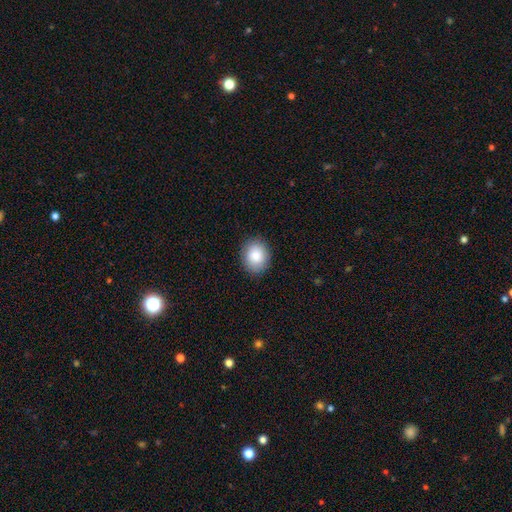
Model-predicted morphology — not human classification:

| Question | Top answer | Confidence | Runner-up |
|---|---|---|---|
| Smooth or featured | smooth | 86% | star or artifact (8%) |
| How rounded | round | 59% | in between (40%) |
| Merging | none | 89% | minor disturbance (8%) |